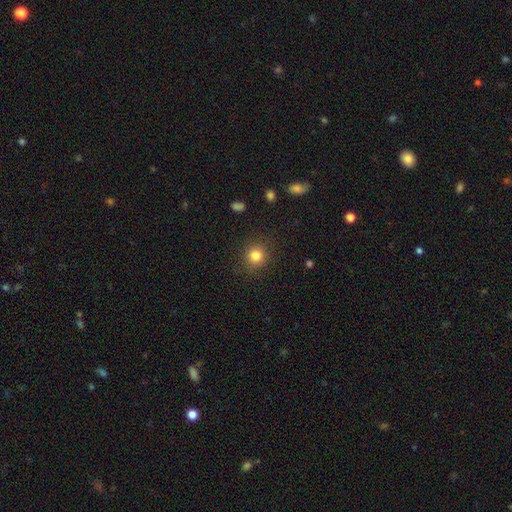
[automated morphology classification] Smooth or featured: smooth — 82% (star or artifact — 12%)
How rounded: round — 89% (in between — 10%)
Merging: none — 88% (minor disturbance — 8%)